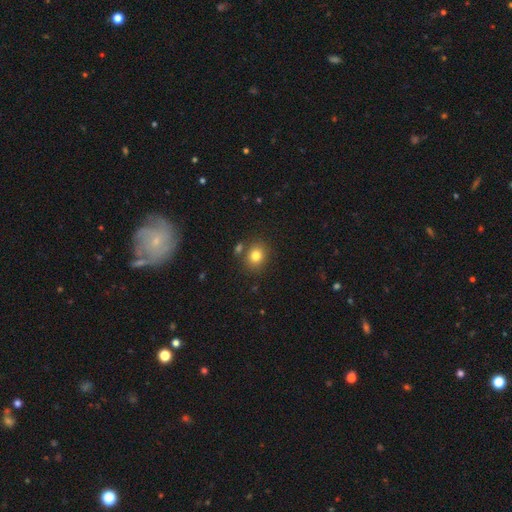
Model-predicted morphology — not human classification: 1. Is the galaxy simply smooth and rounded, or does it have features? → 80% smooth, 12% star or artifact, 8% featured or disk.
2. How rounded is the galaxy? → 69% round, 30% in between, 1% cigar-shaped.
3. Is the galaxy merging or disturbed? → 77% none, 10% minor disturbance, 10% merger, 3% major disturbance.